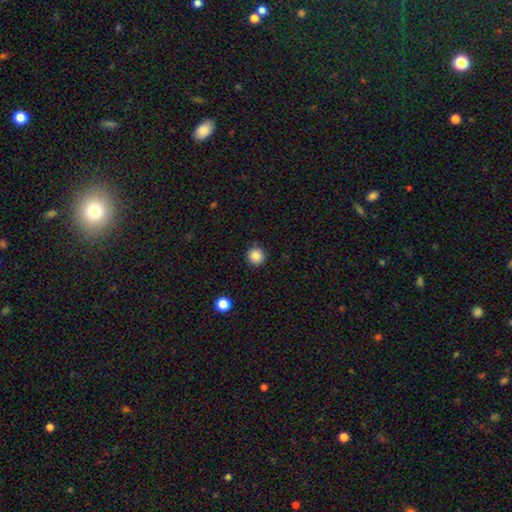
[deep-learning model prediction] The model was most divided on "smooth or featured": smooth: 86%, star or artifact: 11%, featured or disk: 4%. More confident: how rounded — round (94%); merging — none (88%).